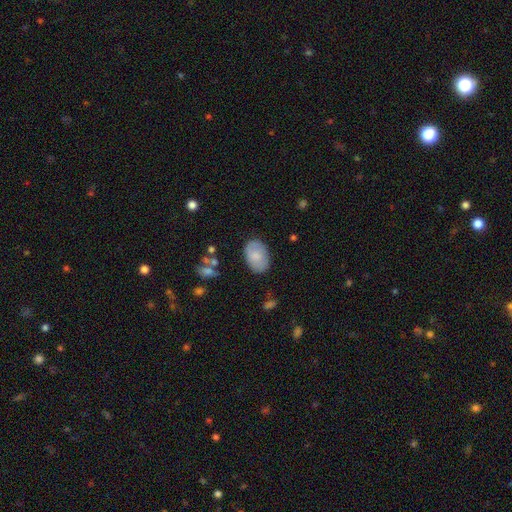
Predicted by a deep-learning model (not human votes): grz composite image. It shows a smooth galaxy with no disk features (75%) that is in between round and cigar-shaped (88%). Merging: none (81%).